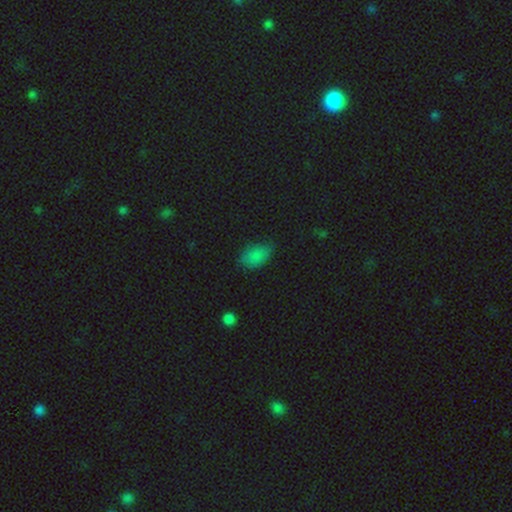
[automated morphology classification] type=smooth (80%); roundness=in between (88%); merging=none (64%).